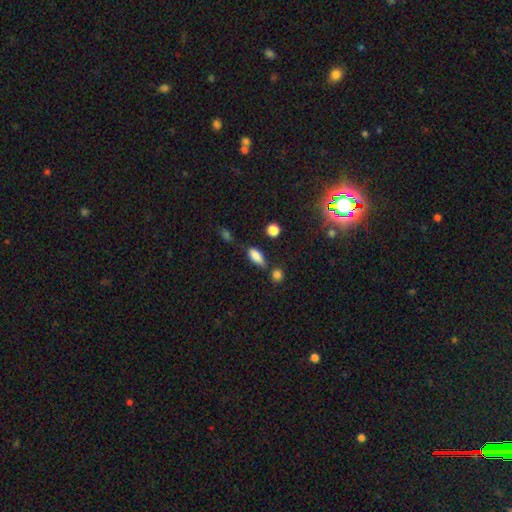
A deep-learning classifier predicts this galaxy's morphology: smooth_or_featured: smooth (p=0.81) [alt: featured or disk p=0.10]
how_rounded: in between (p=0.79) [alt: cigar-shaped p=0.18]
merging: none (p=0.64) [alt: minor disturbance p=0.22]